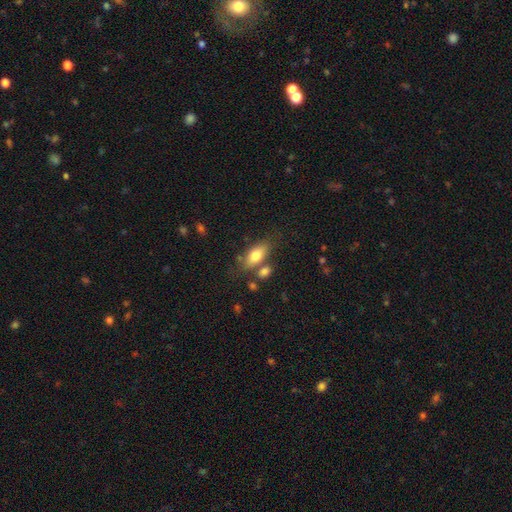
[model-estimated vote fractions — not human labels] smooth-or-featured: smooth: 76% | featured or disk: 17% | star or artifact: 7%
  how-rounded: in between: 84% | cigar-shaped: 10% | round: 6%
  merging: none: 64% | merger: 16% | minor disturbance: 15% | major disturbance: 5%